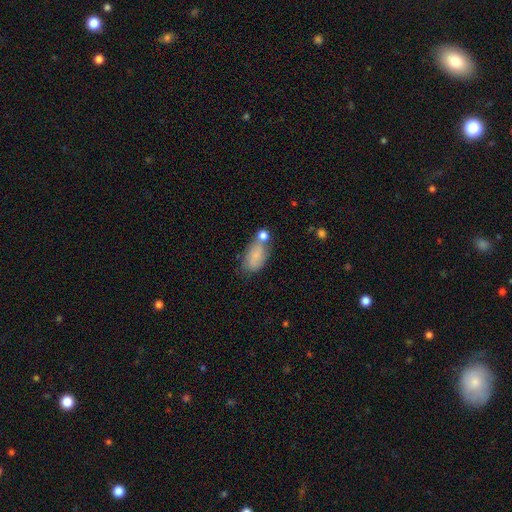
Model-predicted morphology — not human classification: Smooth or featured? smooth (76%)
How rounded? in between (89%)
Merging? none (44%)